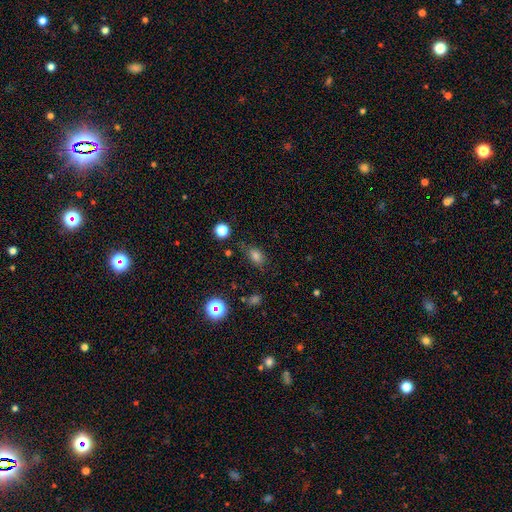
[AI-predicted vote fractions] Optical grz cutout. It shows a smooth galaxy with no disk features (77%) that is in between round and cigar-shaped (78%). Merging: none (71%).